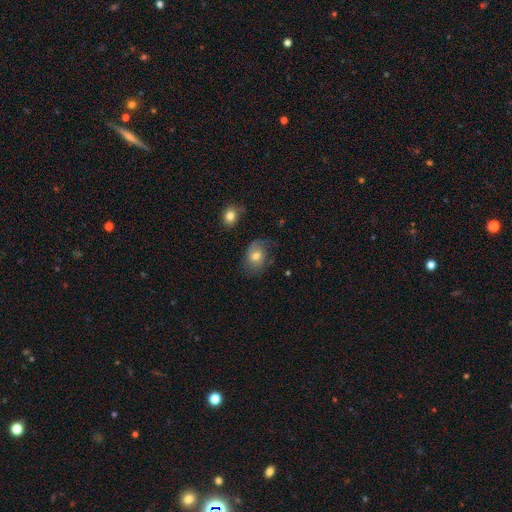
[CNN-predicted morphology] Smooth or featured?
  - smooth: 57% *
  - featured or disk: 32%
  - star or artifact: 11%
How rounded?
  - in between: 61% *
  - round: 38%
  - cigar-shaped: 1%
Merging?
  - none: 61% *
  - minor disturbance: 25%
  - major disturbance: 11%
  - merger: 2%